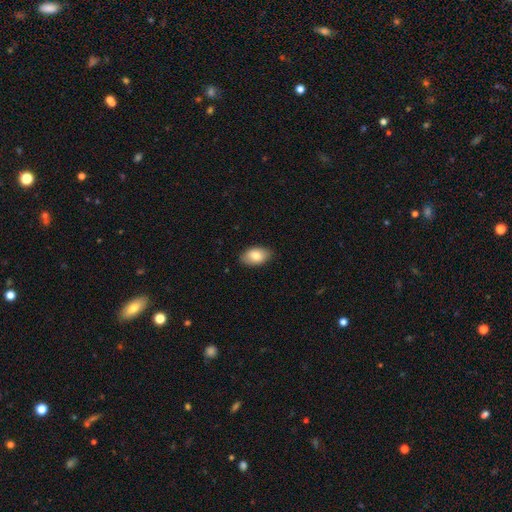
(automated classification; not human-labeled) smooth 81%, featured or disk 12%, star or artifact 7%. Down the decision tree: how rounded — in between (91%); merging — none (86%).